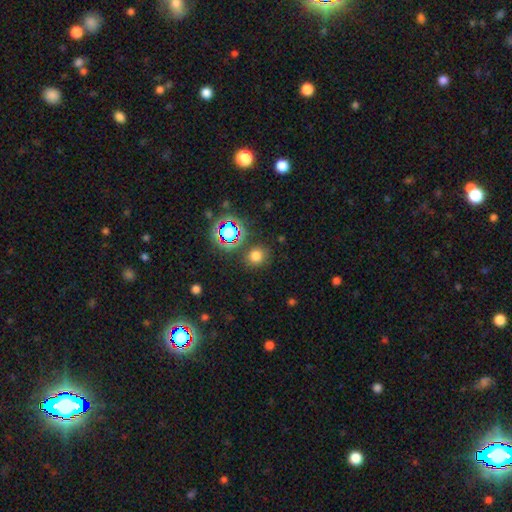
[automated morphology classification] Smooth or featured: smooth — 71% (star or artifact — 23%)
How rounded: round — 80% (in between — 19%)
Merging: none — 83% (minor disturbance — 9%)